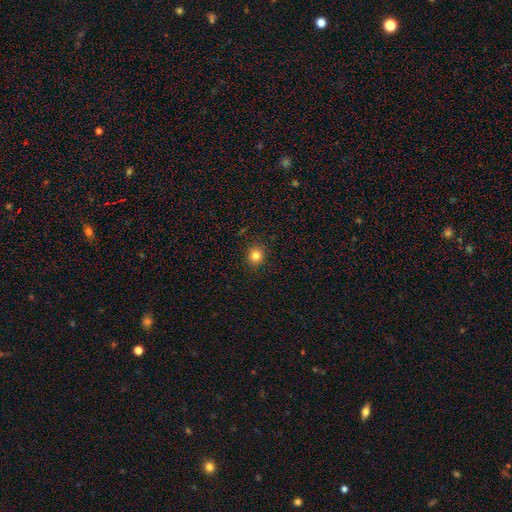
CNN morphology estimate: This is clearly a smooth galaxy (83%). How rounded: clearly round (84%). Merging: clearly none (90%).